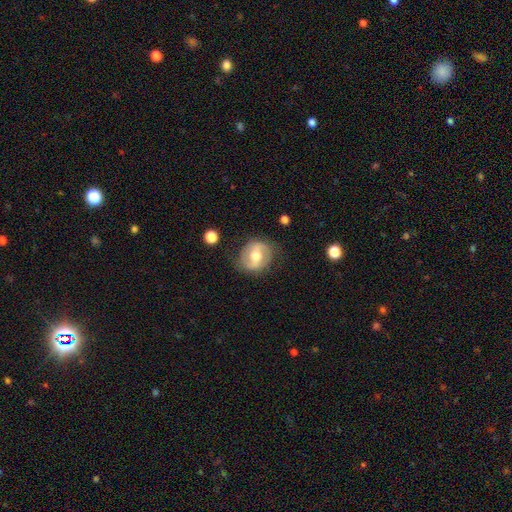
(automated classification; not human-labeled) Smooth or featured? featured or disk (63%)
Edge-on disk? no (96%)
Bar? weak (41%)
Spiral arms? yes (63%)
Bulge size? moderate (73%)
Merging? none (76%)